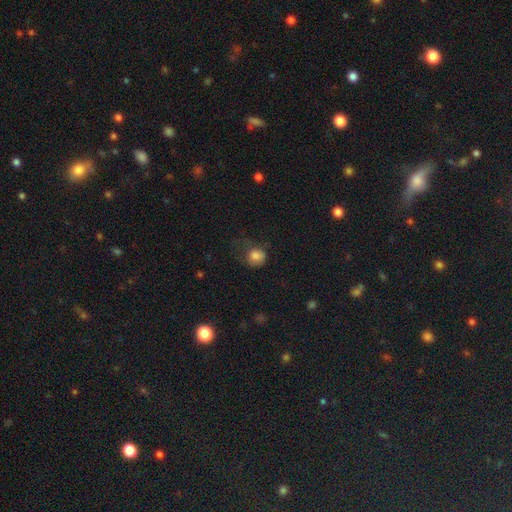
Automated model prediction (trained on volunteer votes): Smooth or featured?
  - smooth: 80% *
  - star or artifact: 11%
  - featured or disk: 9%
How rounded?
  - round: 66% *
  - in between: 33%
  - cigar-shaped: 1%
Merging?
  - none: 41% *
  - major disturbance: 29%
  - minor disturbance: 28%
  - merger: 2%